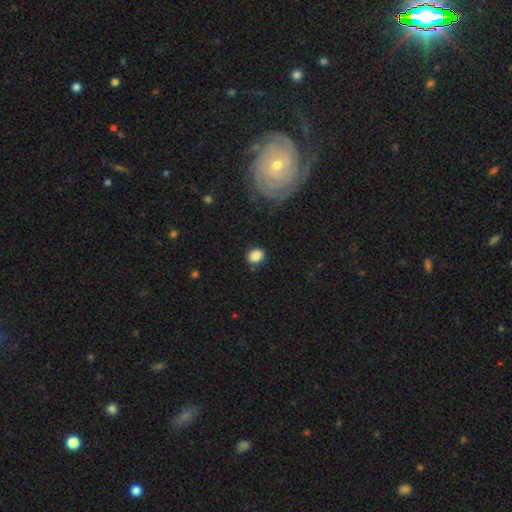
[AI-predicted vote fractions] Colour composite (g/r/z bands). It shows a smooth galaxy with no disk features (86%) that is round (52%). Merging: none (84%).